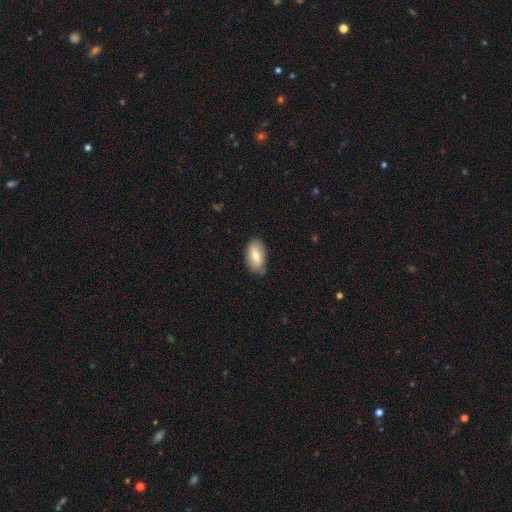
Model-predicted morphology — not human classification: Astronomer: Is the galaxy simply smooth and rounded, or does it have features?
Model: smooth — 70%.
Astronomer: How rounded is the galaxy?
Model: in between — 92%.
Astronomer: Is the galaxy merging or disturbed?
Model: none — 80%.